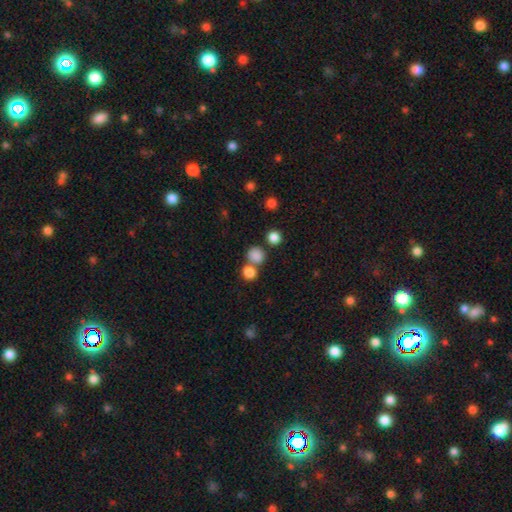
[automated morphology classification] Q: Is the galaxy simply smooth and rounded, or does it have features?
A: smooth — 82%.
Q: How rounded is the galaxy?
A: round — 82%.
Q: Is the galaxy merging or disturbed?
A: none — 59%.